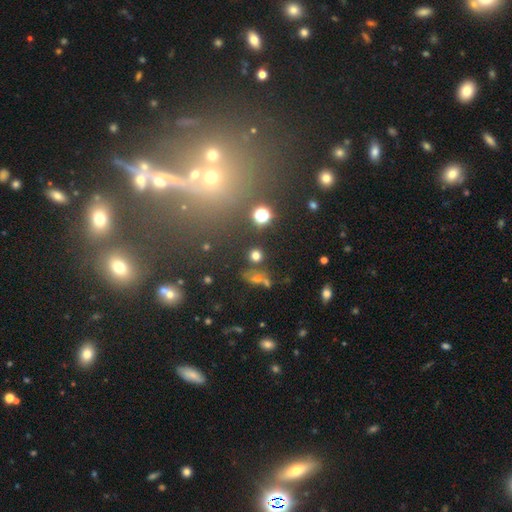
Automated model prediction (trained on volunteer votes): This appears to be a smooth galaxy with no disk features (66%) that is round (80%). Merging: none (69%).